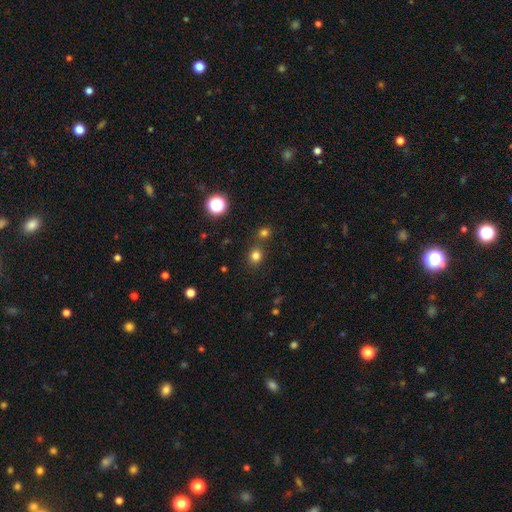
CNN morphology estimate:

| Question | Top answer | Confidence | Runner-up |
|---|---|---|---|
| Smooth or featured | smooth | 77% | star or artifact (18%) |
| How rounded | round | 80% | in between (19%) |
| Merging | none | 75% | merger (13%) |